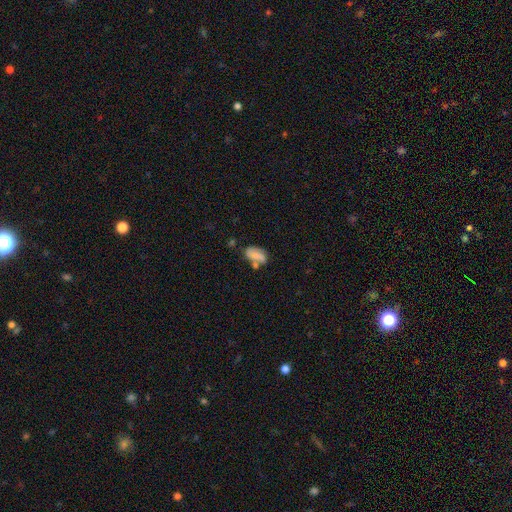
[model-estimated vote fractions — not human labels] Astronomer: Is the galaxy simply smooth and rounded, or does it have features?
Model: smooth — 60%.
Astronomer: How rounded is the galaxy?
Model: in between — 89%.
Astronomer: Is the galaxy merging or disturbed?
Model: none — 46% (runner-up: merger, 23%).